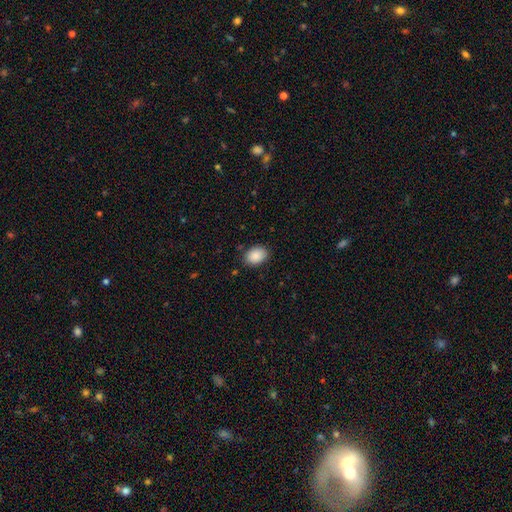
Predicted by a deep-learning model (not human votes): Smooth or featured? smooth (89%)
How rounded? in between (73%)
Merging? none (86%)